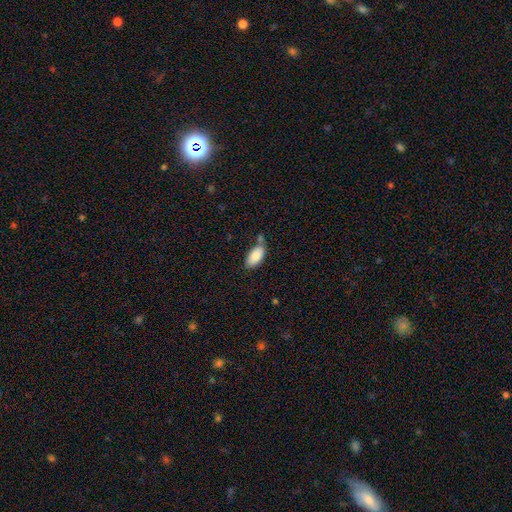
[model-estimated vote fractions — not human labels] Smooth or featured?
  - smooth: 84% *
  - featured or disk: 9%
  - star or artifact: 7%
How rounded?
  - in between: 93% *
  - cigar-shaped: 4%
  - round: 2%
Merging?
  - none: 58% *
  - minor disturbance: 20%
  - merger: 17%
  - major disturbance: 5%